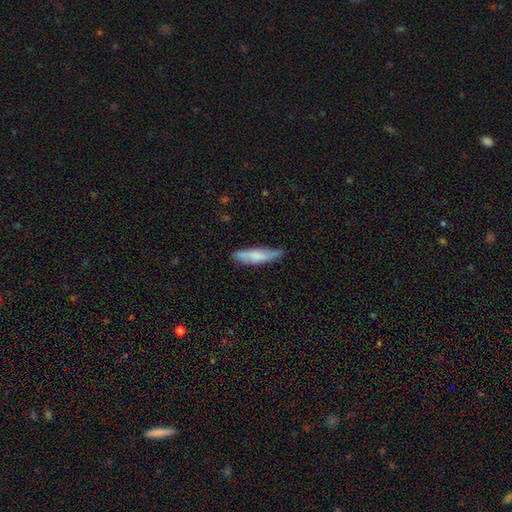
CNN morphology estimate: A smooth galaxy with no disk features (71%) that is cigar-shaped (74%). Merging: none (72%).